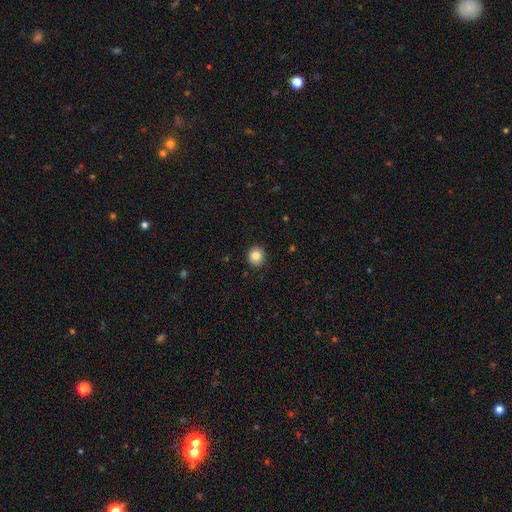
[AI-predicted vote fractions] smooth-or-featured: smooth: 85% | star or artifact: 10% | featured or disk: 6%
  how-rounded: round: 86% | in between: 13% | cigar-shaped: 1%
  merging: none: 90% | minor disturbance: 7% | major disturbance: 2% | merger: 1%